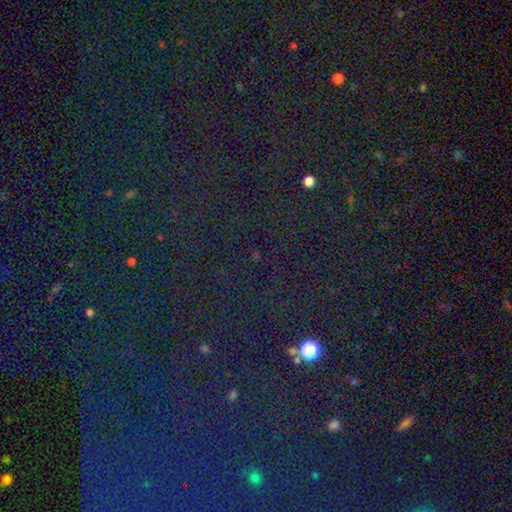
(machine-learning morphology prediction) This appears to be a star or artifact, not a galaxy (78%).